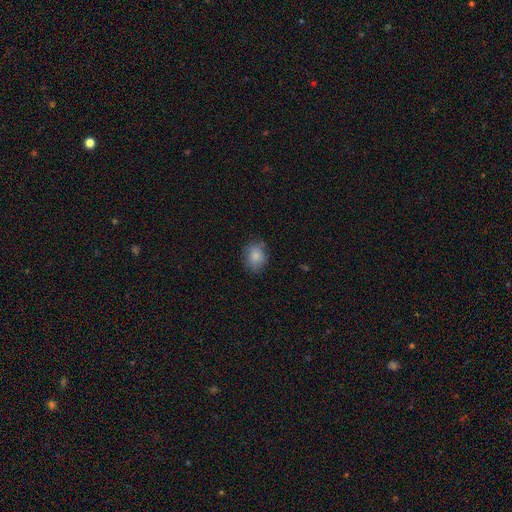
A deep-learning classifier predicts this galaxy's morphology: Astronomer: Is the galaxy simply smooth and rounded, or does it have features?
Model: smooth — 84%.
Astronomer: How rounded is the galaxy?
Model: round — 55% (runner-up: in between, 44%).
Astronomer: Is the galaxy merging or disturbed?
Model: none — 76%.